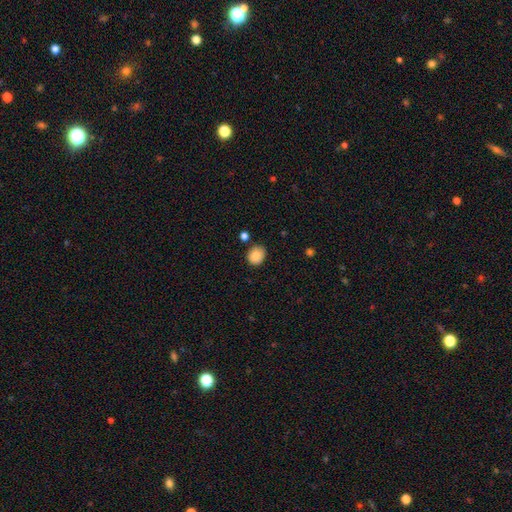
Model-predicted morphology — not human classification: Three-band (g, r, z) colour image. It shows a smooth galaxy with no disk features (88%) that is round (66%). Merging: none (77%).